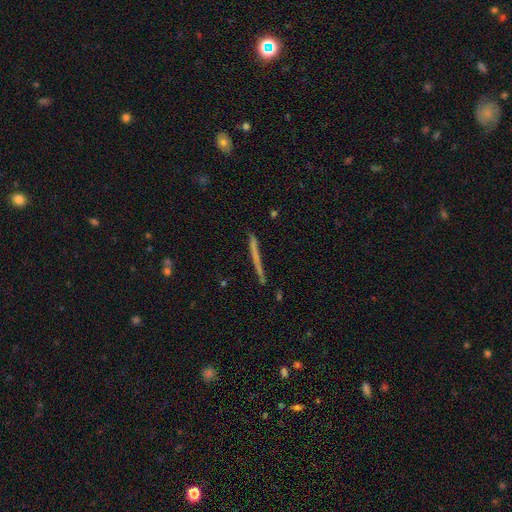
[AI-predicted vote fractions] A featured or disk galaxy (46%, tied with smooth). Merging: none (88%).